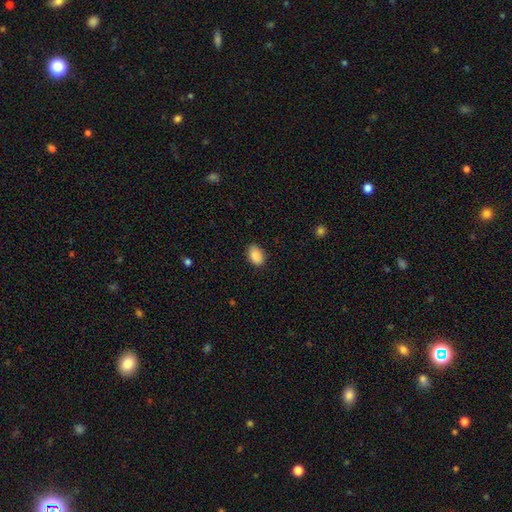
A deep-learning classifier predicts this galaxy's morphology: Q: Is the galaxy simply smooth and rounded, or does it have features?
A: smooth — 89%.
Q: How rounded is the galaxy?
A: in between — 84%.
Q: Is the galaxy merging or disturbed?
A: none — 87%.